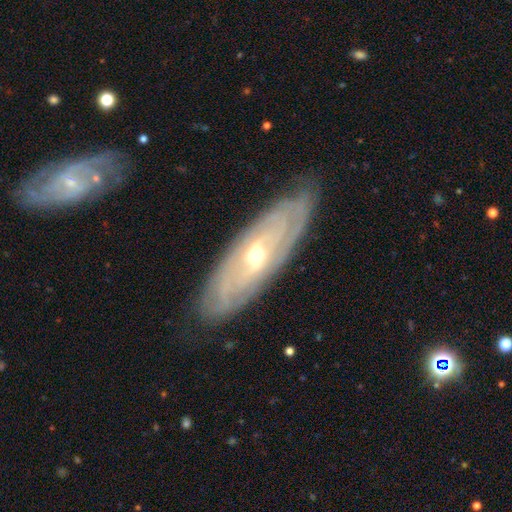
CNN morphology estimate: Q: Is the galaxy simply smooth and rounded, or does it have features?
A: featured or disk — 82%.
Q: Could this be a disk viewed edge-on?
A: no — 79%.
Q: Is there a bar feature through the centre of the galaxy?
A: no — 58%.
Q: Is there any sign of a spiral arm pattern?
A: yes — 84%.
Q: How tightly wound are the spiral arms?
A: tight — 79%.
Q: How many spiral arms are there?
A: can't tell — 59%.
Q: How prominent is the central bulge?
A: moderate — 55%.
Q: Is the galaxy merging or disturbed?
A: none — 83%.